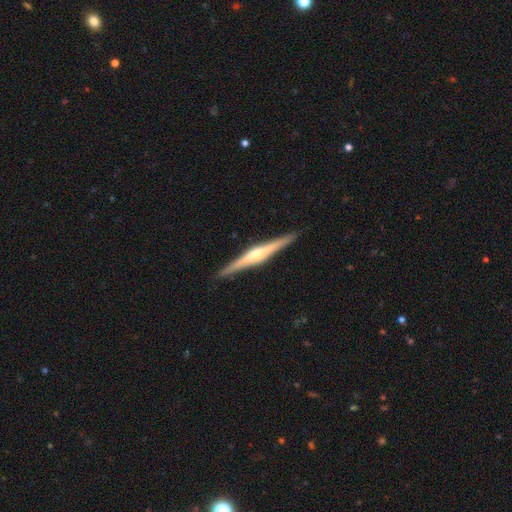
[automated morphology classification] smooth-or-featured: featured or disk: 77% | smooth: 18% | star or artifact: 5%
  disk-edge-on: yes: 98% | no: 2%
    edge-on-bulge: rounded: 69% | boxy: 19% | none: 11%
  merging: none: 91% | minor disturbance: 6% | major disturbance: 1% | merger: 1%